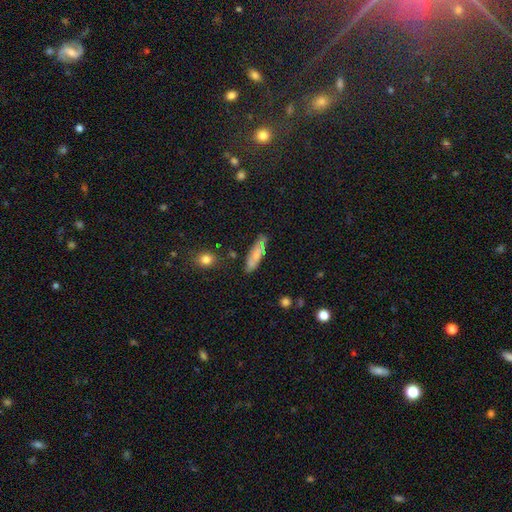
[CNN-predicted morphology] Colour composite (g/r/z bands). It shows a smooth galaxy with no disk features (68%) that is in between round and cigar-shaped (50%). Merging: none (71%).